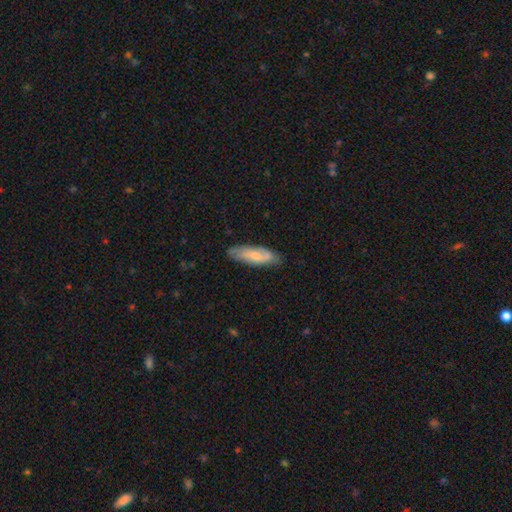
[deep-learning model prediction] A smooth galaxy with no disk features (61%) that is in between round and cigar-shaped (50%). Merging: none (76%).